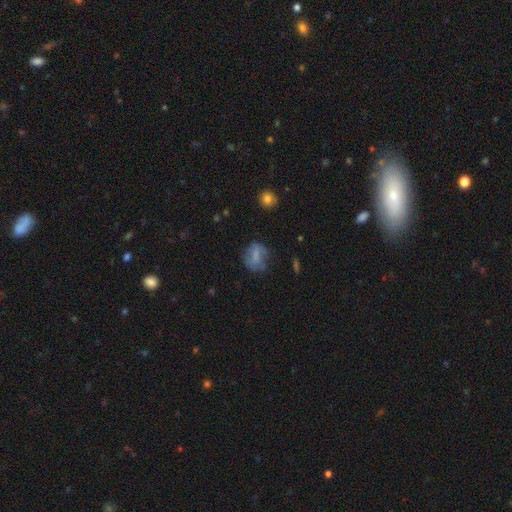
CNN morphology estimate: Q: Smooth or featured?
A: smooth (59%); runner-up: featured or disk (29%)
Q: How rounded?
A: round (50%); runner-up: in between (47%)
Q: Merging?
A: none (56%); runner-up: minor disturbance (25%)